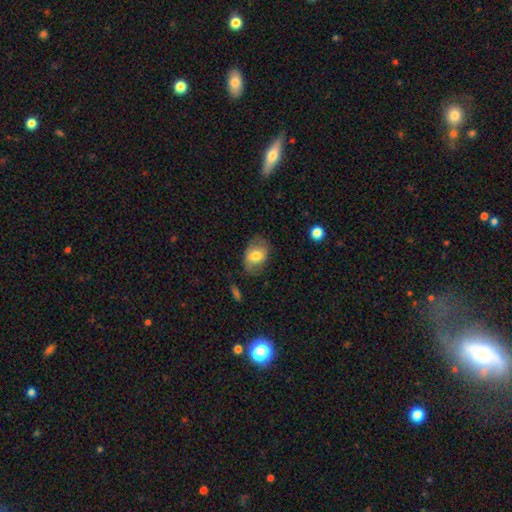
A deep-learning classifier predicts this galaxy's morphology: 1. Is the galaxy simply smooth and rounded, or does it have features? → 68% smooth, 25% featured or disk, 7% star or artifact.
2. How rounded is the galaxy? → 76% in between, 23% round, 1% cigar-shaped.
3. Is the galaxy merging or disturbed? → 70% none, 21% minor disturbance, 7% major disturbance, 1% merger.